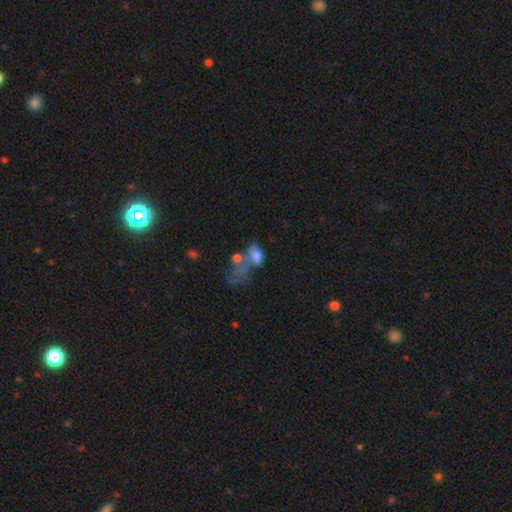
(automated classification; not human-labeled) Overall: smooth (61%; featured or disk 26%). How rounded: in between (84%). Merging: merger (40%; major disturbance 34%).